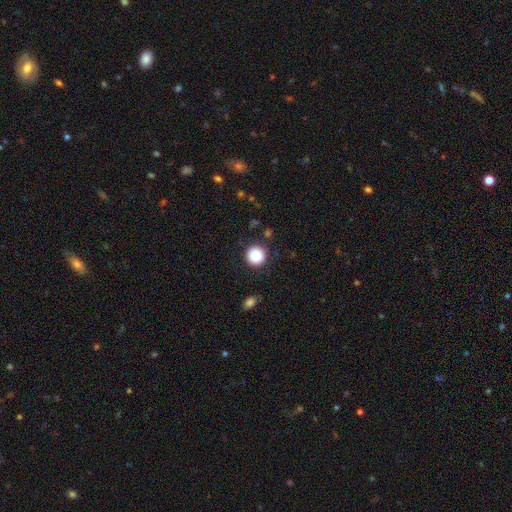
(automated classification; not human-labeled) Smooth or featured: smooth — 87% (star or artifact — 10%)
How rounded: round — 95% (in between — 4%)
Merging: none — 89% (minor disturbance — 7%)